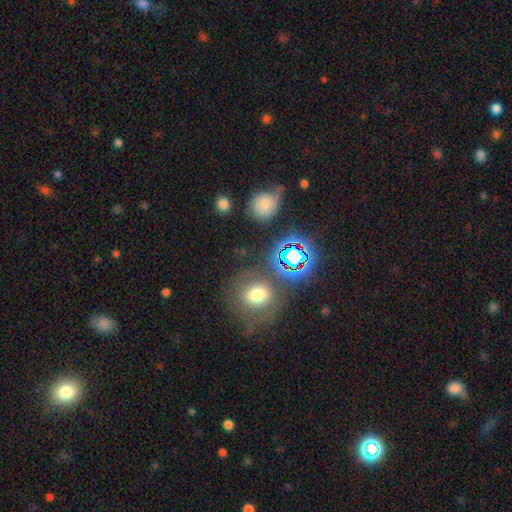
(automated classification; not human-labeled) A star or artifact, not a galaxy (46%).

Vote fractions:
- Smooth or featured? star or artifact: 46% / smooth: 40% / featured or disk: 14%